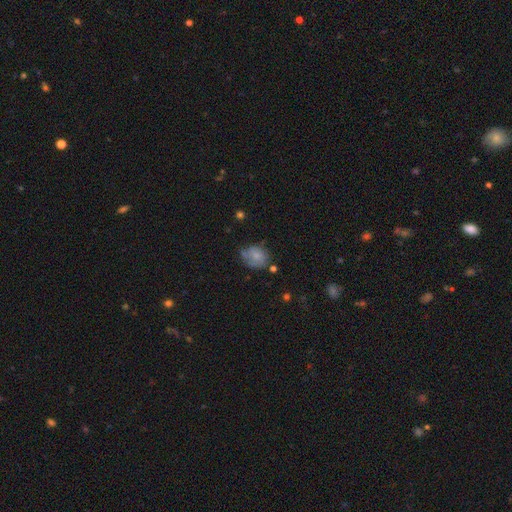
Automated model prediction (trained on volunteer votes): Smooth or featured: smooth — 65% (featured or disk — 25%)
How rounded: in between — 50% (round — 49%)
Merging: none — 43% (minor disturbance — 34%)